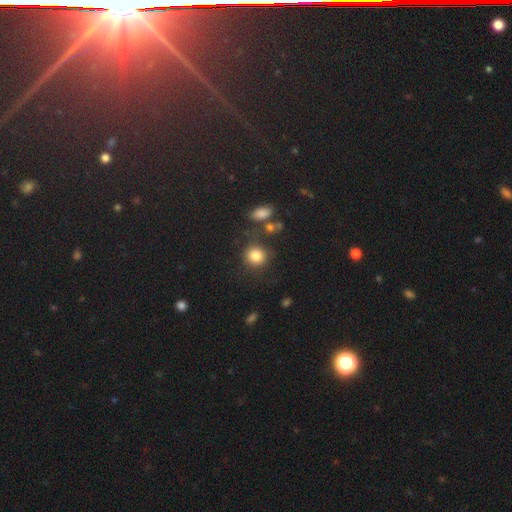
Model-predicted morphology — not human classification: Smooth or featured? Predicted: smooth (p=0.84). How rounded? Predicted: round (p=0.82). Merging? Predicted: none (p=0.73).